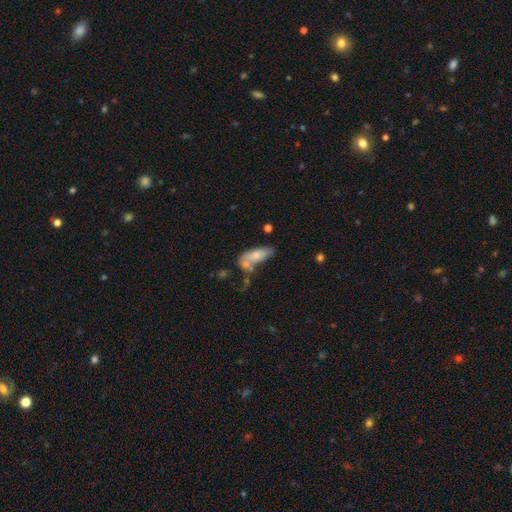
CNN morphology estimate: This appears to be a smooth galaxy with no disk features (71%) that is in between round and cigar-shaped (73%). Merging: none (37%).